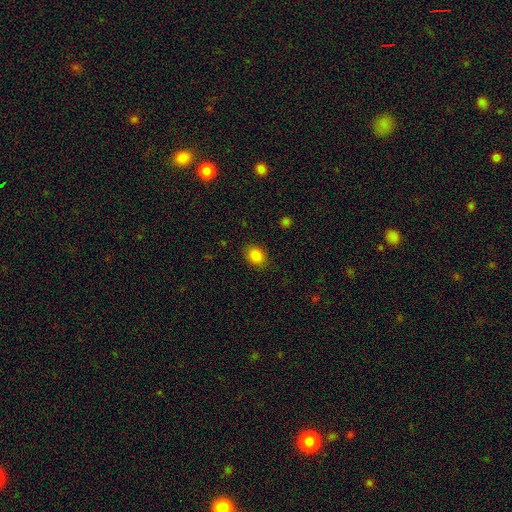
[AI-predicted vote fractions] smooth 86%, star or artifact 10%, featured or disk 4%. Down the decision tree: how rounded — in between (63%); merging — none (86%).